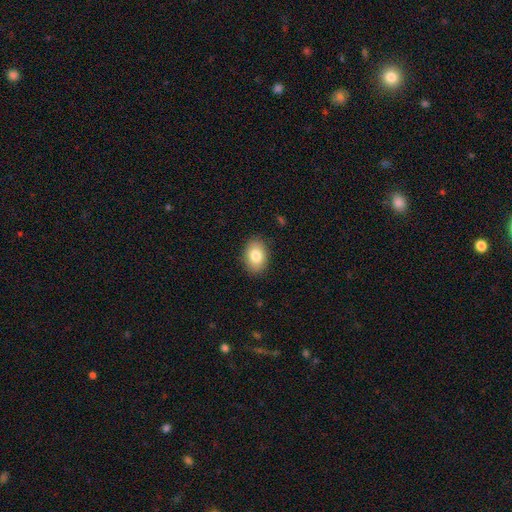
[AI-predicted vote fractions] A smooth galaxy with no disk features (81%) that is in between round and cigar-shaped (81%).

Vote fractions:
- Smooth or featured? smooth: 81% / featured or disk: 11% / star or artifact: 8%
- How rounded? in between: 81% / round: 18% / cigar-shaped: 1%
- Merging? none: 87% / minor disturbance: 10% / major disturbance: 2% / merger: 1%